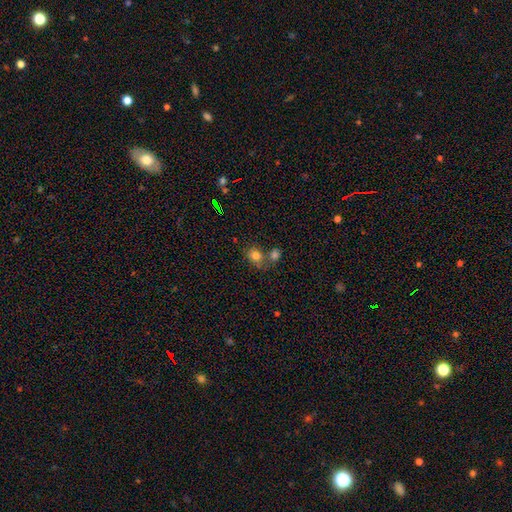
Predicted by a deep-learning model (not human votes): Morphology: type=smooth (79%); roundness=round (65%); merging=none (53%).